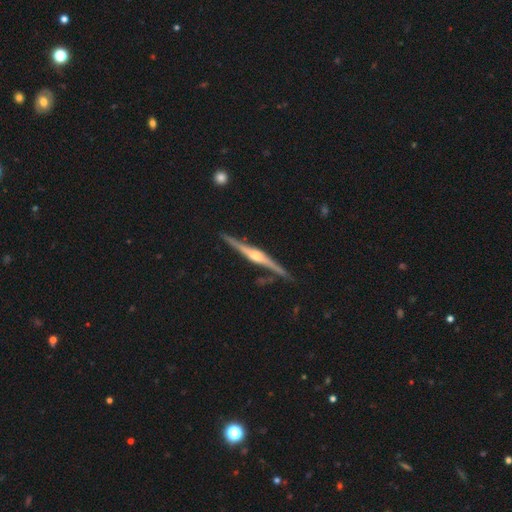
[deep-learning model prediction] Smooth or featured? Predicted: featured or disk (p=0.87). Edge-on disk? Predicted: yes (p=0.98). Edge-on bulge? Predicted: rounded (p=0.90). Merging? Predicted: none (p=0.85).